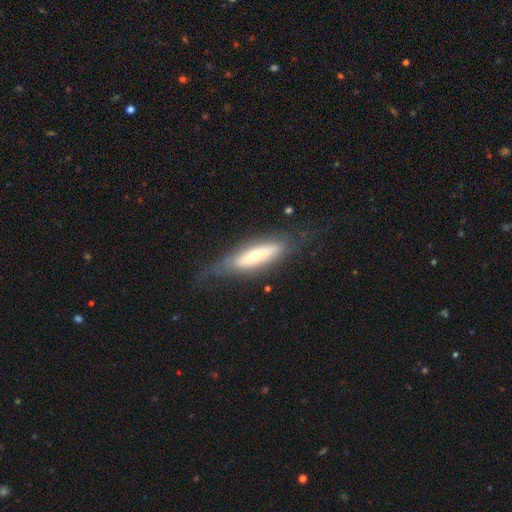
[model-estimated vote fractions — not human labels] featured or disk 48%, smooth 46%, star or artifact 6%. Down the decision tree: merging — none (59%).